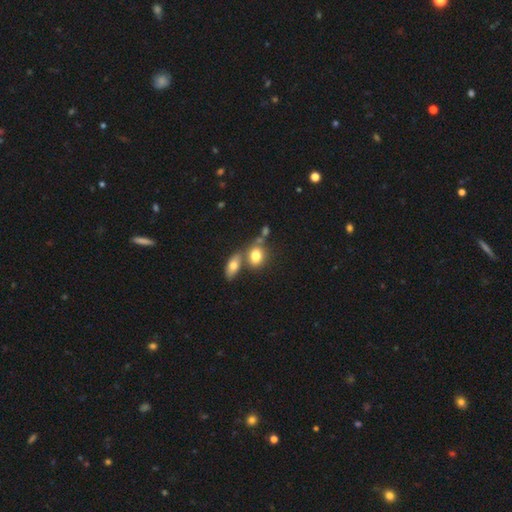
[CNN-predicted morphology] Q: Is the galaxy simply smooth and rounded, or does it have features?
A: smooth — 78%.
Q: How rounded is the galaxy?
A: in between — 56%.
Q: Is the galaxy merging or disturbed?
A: none — 44%.